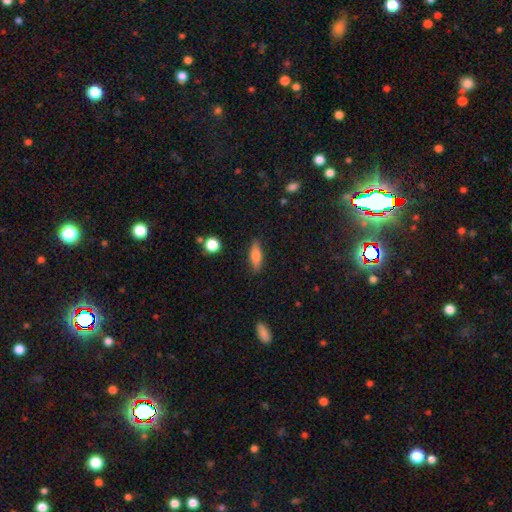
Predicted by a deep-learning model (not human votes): Smooth or featured? smooth (68%)
How rounded? cigar-shaped (49%)
Merging? none (84%)